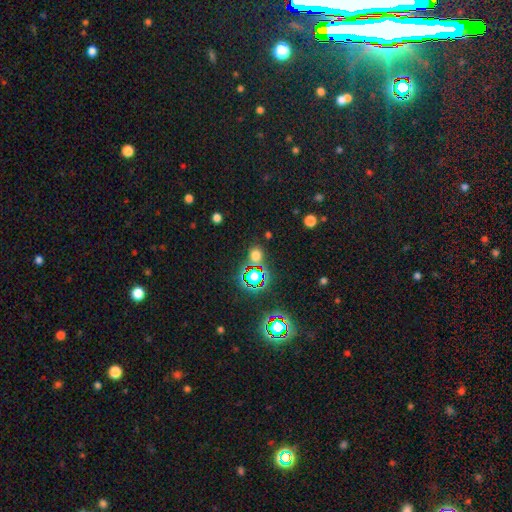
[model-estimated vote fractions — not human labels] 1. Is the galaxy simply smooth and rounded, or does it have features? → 62% smooth, 32% star or artifact, 6% featured or disk.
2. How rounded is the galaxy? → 82% round, 16% in between, 1% cigar-shaped.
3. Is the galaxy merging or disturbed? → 80% none, 9% minor disturbance, 8% merger, 4% major disturbance.